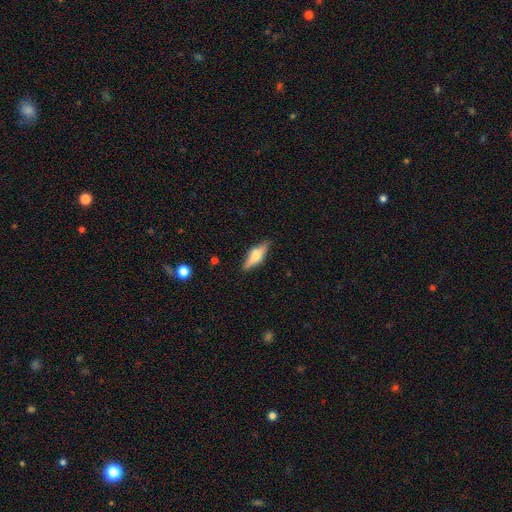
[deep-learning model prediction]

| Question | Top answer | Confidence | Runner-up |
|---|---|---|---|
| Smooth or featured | smooth | 50% | featured or disk (43%) |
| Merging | none | 83% | minor disturbance (13%) |